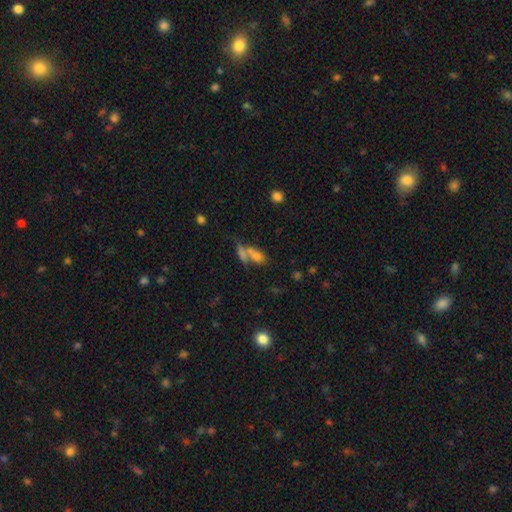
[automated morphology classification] smooth-or-featured: smooth: 65% | featured or disk: 20% | star or artifact: 15%
  how-rounded: in between: 70% | round: 19% | cigar-shaped: 11%
  merging: merger: 53% | none: 31% | minor disturbance: 9% | major disturbance: 7%